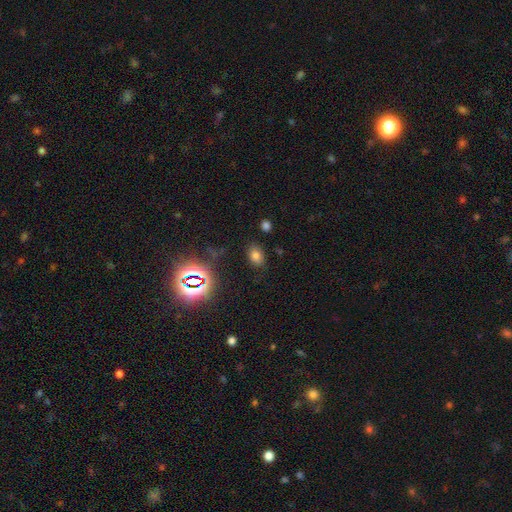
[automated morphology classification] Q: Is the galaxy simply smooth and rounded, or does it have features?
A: smooth — 68%.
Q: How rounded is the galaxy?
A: in between — 77%.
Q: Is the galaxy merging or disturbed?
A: none — 83%.